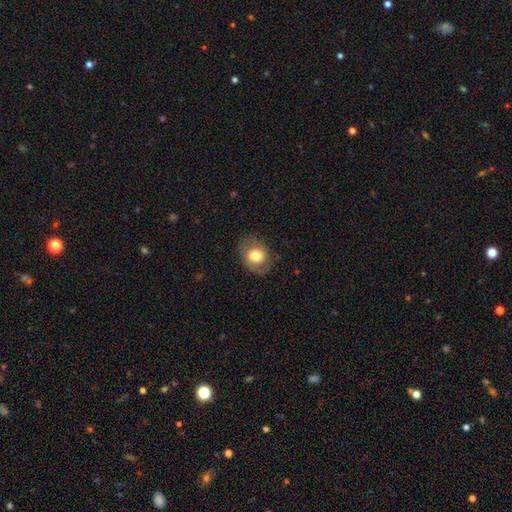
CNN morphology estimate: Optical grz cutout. It shows a smooth galaxy with no disk features (70%) that is in between round and cigar-shaped (52%). Merging: none (79%).